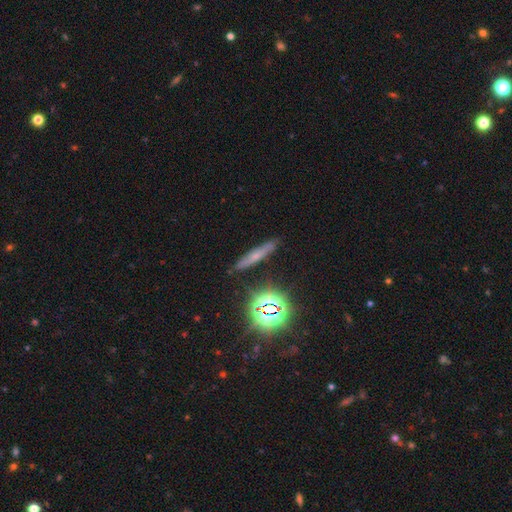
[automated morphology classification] Smooth or featured: smooth — 46% (featured or disk — 30%)
Merging: none — 84% (minor disturbance — 11%)